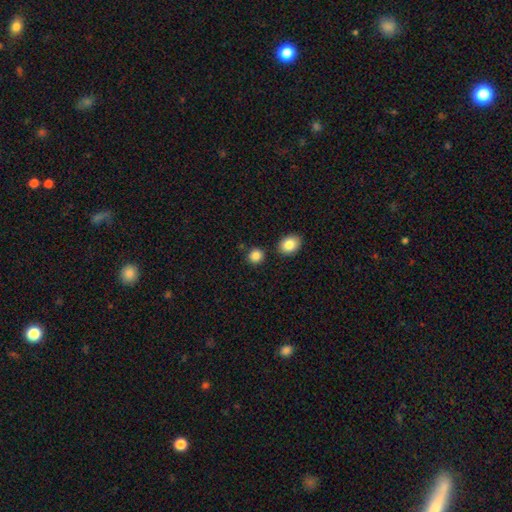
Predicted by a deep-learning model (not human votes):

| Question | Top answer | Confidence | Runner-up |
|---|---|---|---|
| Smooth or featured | smooth | 86% | star or artifact (10%) |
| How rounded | round | 85% | in between (14%) |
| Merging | none | 84% | minor disturbance (7%) |